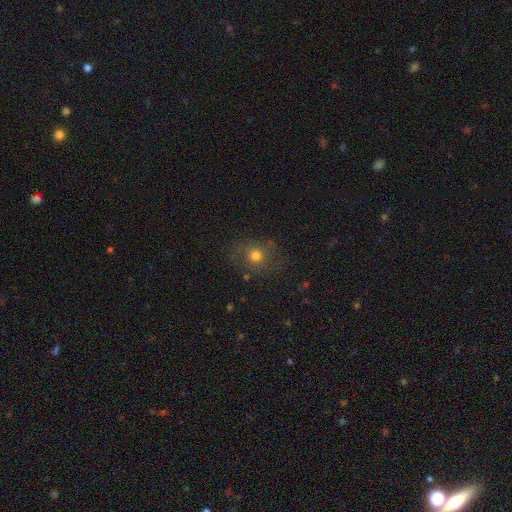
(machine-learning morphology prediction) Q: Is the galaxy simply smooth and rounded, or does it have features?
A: smooth — 60%.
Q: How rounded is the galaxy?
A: round — 69%.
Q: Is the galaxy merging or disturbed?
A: none — 74%.